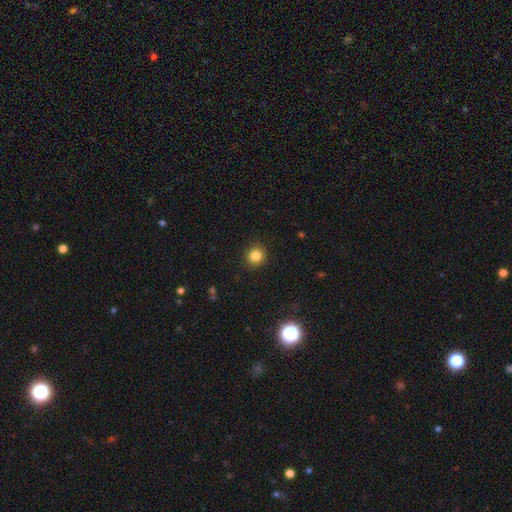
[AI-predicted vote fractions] This appears to be a smooth galaxy with no disk features (83%) that is round (90%). Merging: none (91%).